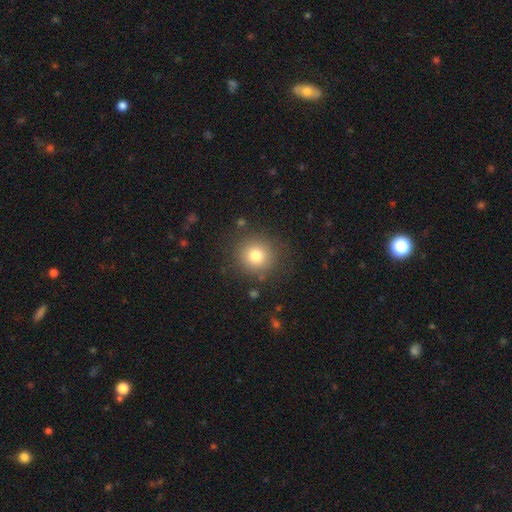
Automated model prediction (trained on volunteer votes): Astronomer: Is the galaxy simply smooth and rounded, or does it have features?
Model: smooth — 78%.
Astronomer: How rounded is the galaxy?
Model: round — 91%.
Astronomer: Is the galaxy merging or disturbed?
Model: none — 85%.